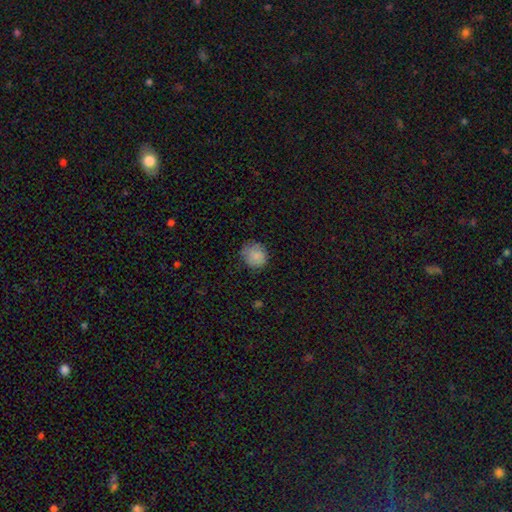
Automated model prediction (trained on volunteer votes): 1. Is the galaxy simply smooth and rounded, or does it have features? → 85% smooth, 8% star or artifact, 7% featured or disk.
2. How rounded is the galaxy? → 83% round, 16% in between, 1% cigar-shaped.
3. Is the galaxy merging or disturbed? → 75% none, 19% minor disturbance, 4% major disturbance, 1% merger.